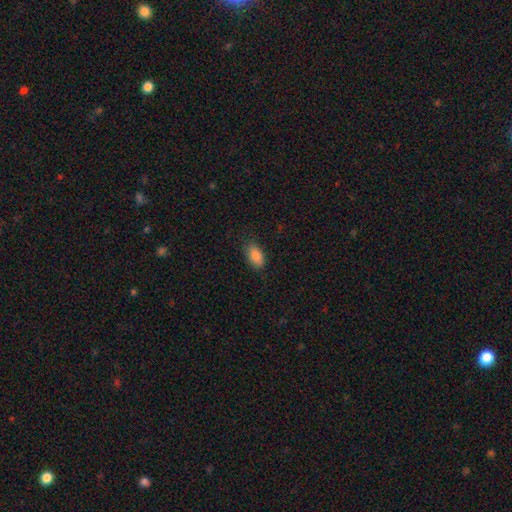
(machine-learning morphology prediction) Overall: smooth (87%). How rounded: in between (91%). Merging: none (80%).